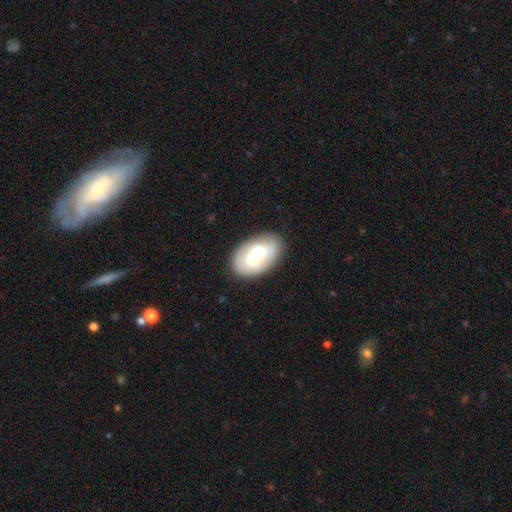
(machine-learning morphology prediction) A smooth galaxy with no disk features (49%). Merging: none (78%).